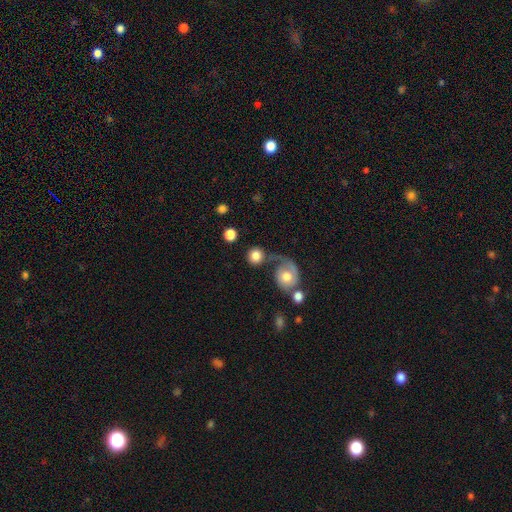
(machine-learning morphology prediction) Smooth or featured? Predicted: smooth (p=0.77). How rounded? Predicted: round (p=0.88). Merging? Predicted: none (p=0.51).